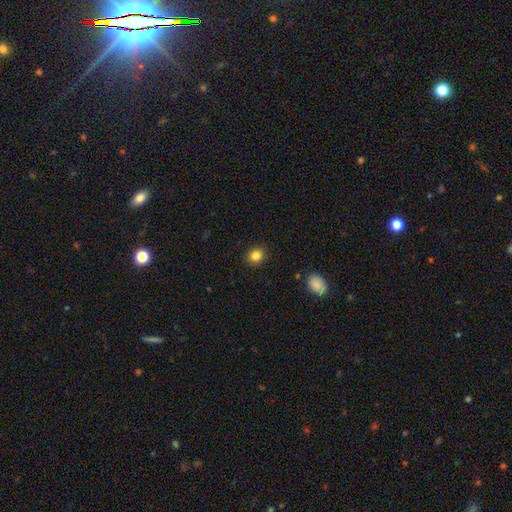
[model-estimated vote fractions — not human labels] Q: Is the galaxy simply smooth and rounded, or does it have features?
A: smooth — 83%.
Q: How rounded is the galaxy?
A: round — 74%.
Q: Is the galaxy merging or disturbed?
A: none — 90%.